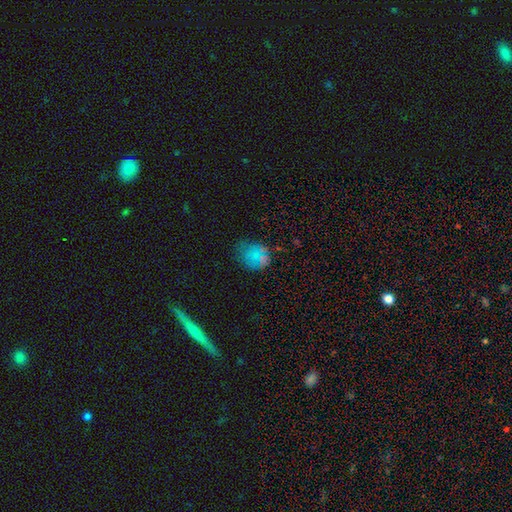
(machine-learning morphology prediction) A smooth galaxy with no disk features (64%) that is round (58%).

Vote fractions:
- Smooth or featured? smooth: 64% / star or artifact: 24% / featured or disk: 12%
- How rounded? round: 58% / in between: 41% / cigar-shaped: 1%
- Merging? none: 59% / minor disturbance: 24% / major disturbance: 11% / merger: 6%